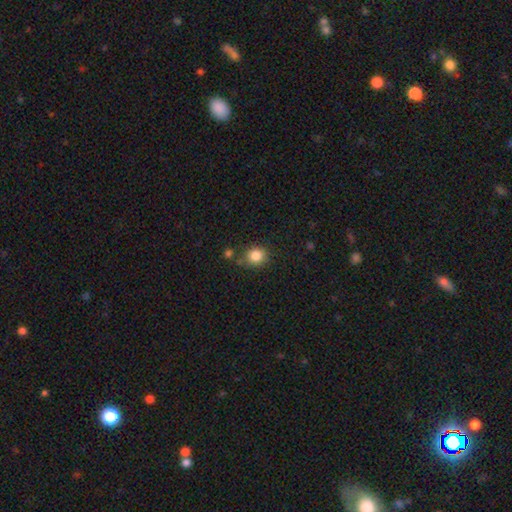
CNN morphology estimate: smooth-or-featured: smooth: 85% | star or artifact: 10% | featured or disk: 5%
  how-rounded: round: 79% | in between: 20% | cigar-shaped: 1%
  merging: none: 72% | minor disturbance: 15% | merger: 8% | major disturbance: 4%